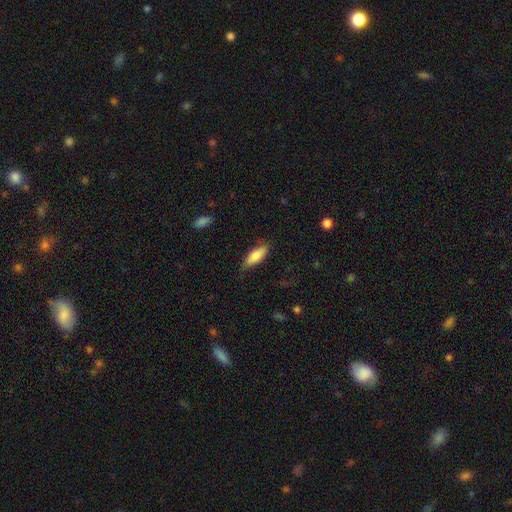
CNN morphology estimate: Smooth or featured: smooth — 78% (featured or disk — 16%)
How rounded: in between — 66% (cigar-shaped — 32%)
Merging: none — 71% (minor disturbance — 23%)